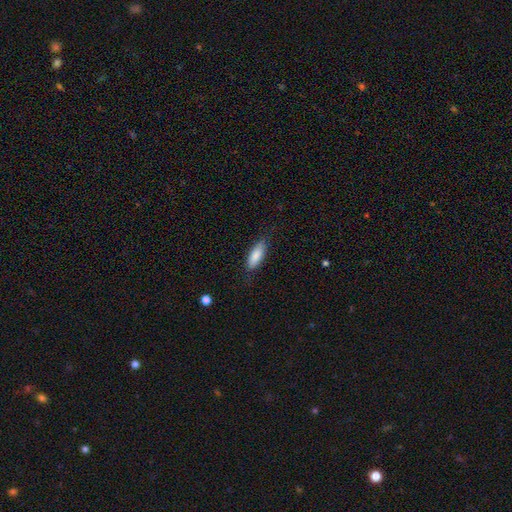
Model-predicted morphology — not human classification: Smooth or featured? Predicted: smooth (p=0.85). How rounded? Predicted: in between (p=0.67). Merging? Predicted: none (p=0.79).